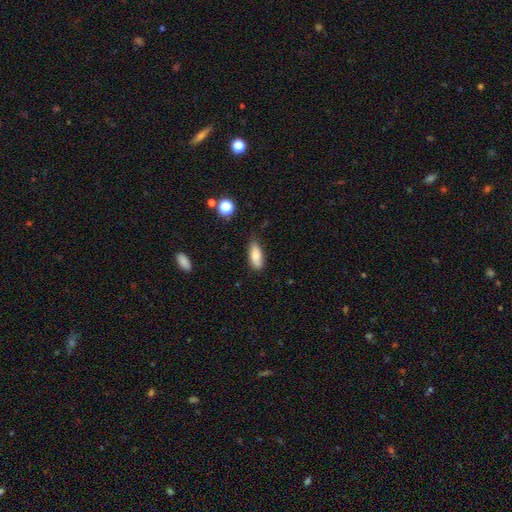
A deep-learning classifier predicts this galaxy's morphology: smooth-or-featured: smooth: 81% | featured or disk: 12% | star or artifact: 8%
  how-rounded: in between: 74% | cigar-shaped: 24% | round: 3%
  merging: none: 78% | minor disturbance: 17% | major disturbance: 3% | merger: 2%